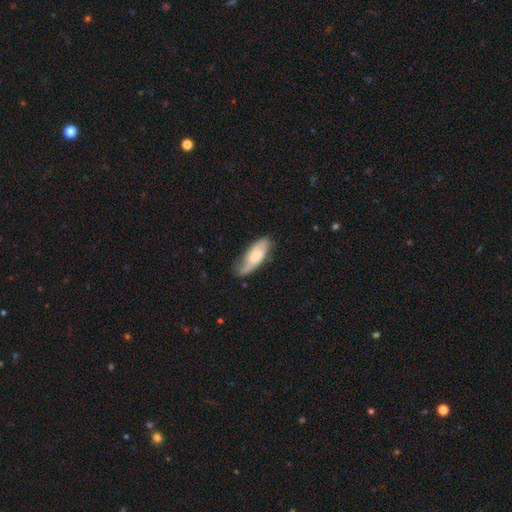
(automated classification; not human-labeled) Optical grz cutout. It shows a smooth galaxy with no disk features (49%). Merging: none (58%).